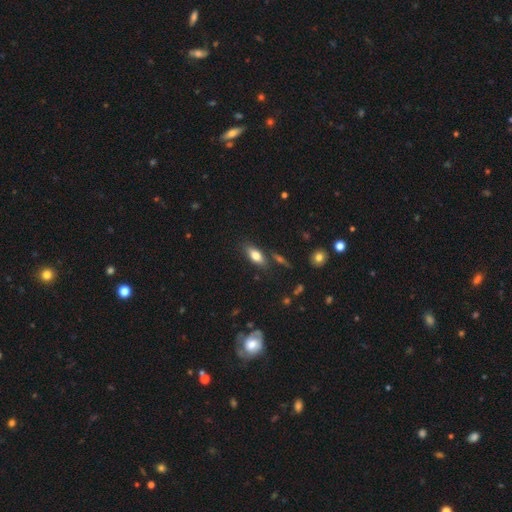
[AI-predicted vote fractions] smooth 76%, featured or disk 16%, star or artifact 8%. Down the decision tree: how rounded — in between (82%); merging — none (76%).